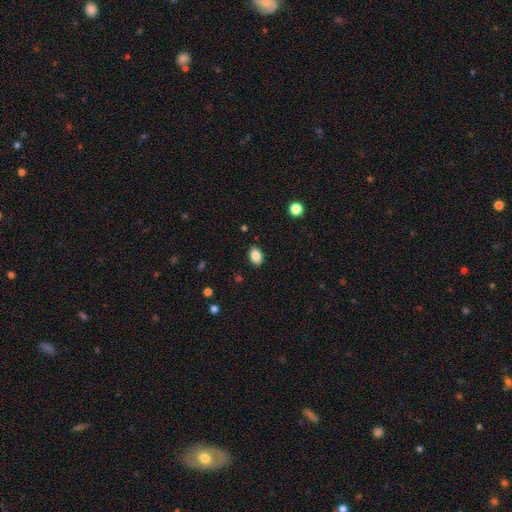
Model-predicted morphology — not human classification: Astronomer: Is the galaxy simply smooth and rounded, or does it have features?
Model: smooth — 85%.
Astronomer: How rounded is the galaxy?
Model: in between — 80%.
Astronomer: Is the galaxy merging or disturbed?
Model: none — 88%.